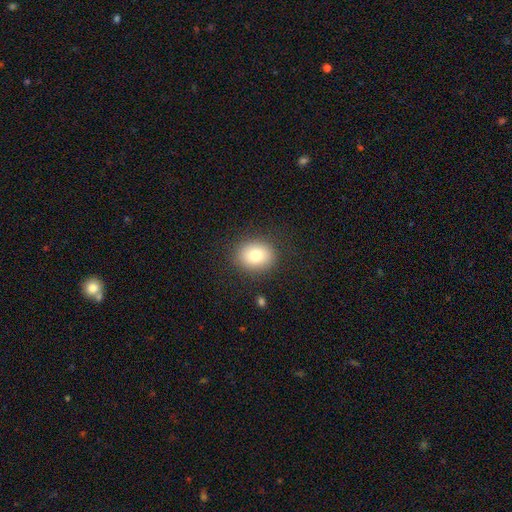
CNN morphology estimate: Smooth or featured?
  - smooth: 78% *
  - featured or disk: 12%
  - star or artifact: 10%
How rounded?
  - round: 64% *
  - in between: 35%
  - cigar-shaped: 1%
Merging?
  - none: 87% *
  - minor disturbance: 9%
  - major disturbance: 3%
  - merger: 1%